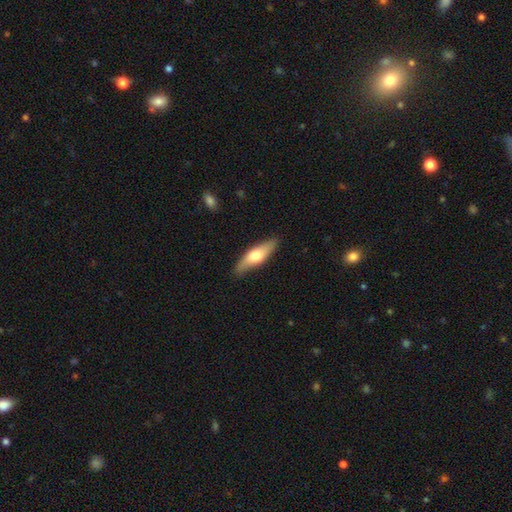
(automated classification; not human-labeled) A smooth galaxy with no disk features (55%) that is cigar-shaped (54%).

Vote fractions:
- Smooth or featured? smooth: 55% / featured or disk: 40% / star or artifact: 5%
- How rounded? cigar-shaped: 54% / in between: 44% / round: 3%
- Merging? none: 86% / minor disturbance: 11% / major disturbance: 2% / merger: 1%